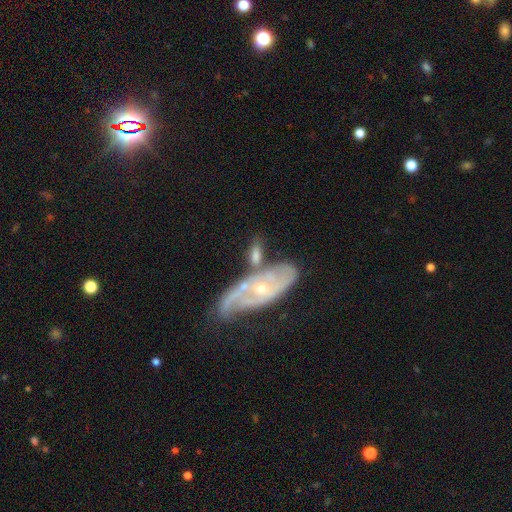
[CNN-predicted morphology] Smooth or featured: featured or disk — 60% (smooth — 34%)
Edge-on disk: no — 85% (yes — 15%)
Bar: no — 74% (weak — 20%)
Spiral arms: yes — 65% (no — 35%)
Bulge size: small — 64% (moderate — 30%)
Merging: none — 38% (merger — 31%)